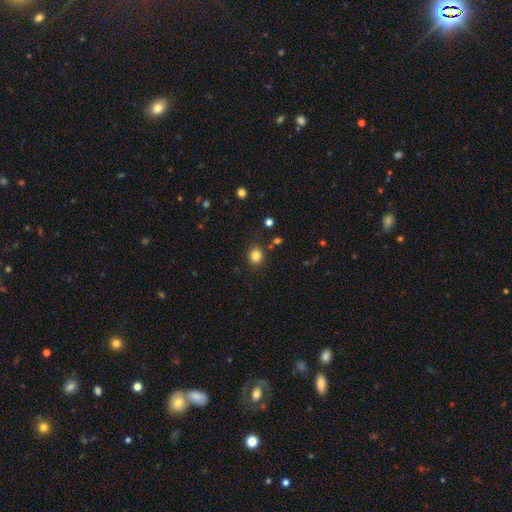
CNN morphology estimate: Smooth or featured? Predicted: smooth (p=0.82). How rounded? Predicted: round (p=0.74). Merging? Predicted: none (p=0.85).